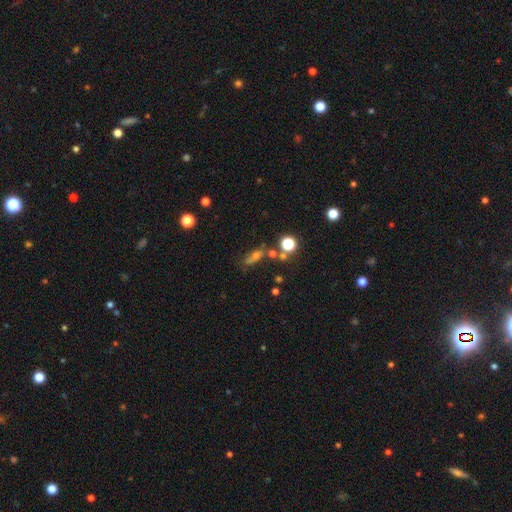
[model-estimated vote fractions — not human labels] Overall: smooth (47%; star or artifact 28%). Merging: none (54%; minor disturbance 18%).